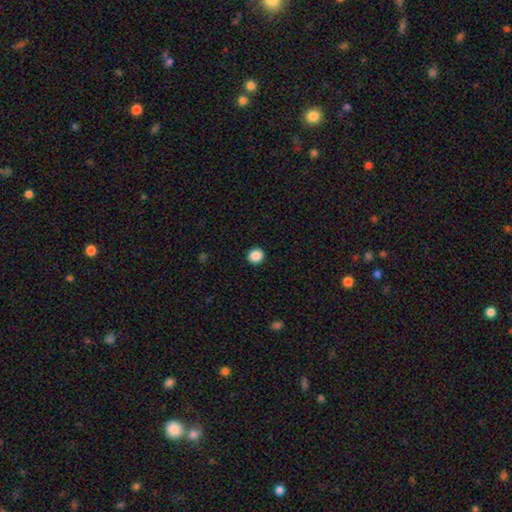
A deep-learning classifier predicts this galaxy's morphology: smooth 88%, star or artifact 9%, featured or disk 2%. Down the decision tree: how rounded — round (89%); merging — none (93%).